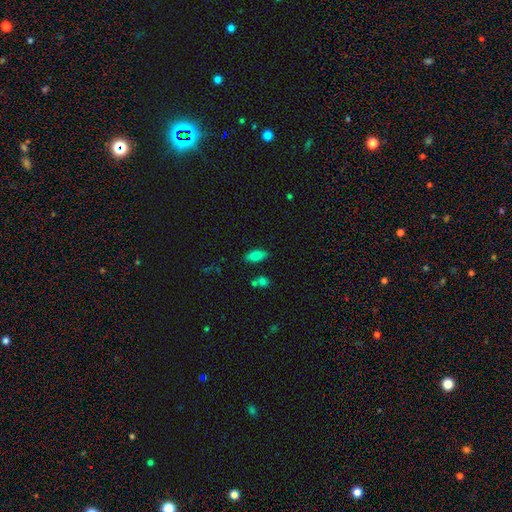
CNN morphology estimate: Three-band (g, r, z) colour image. It shows a smooth galaxy with no disk features (81%) that is in between round and cigar-shaped (86%). Merging: none (80%).